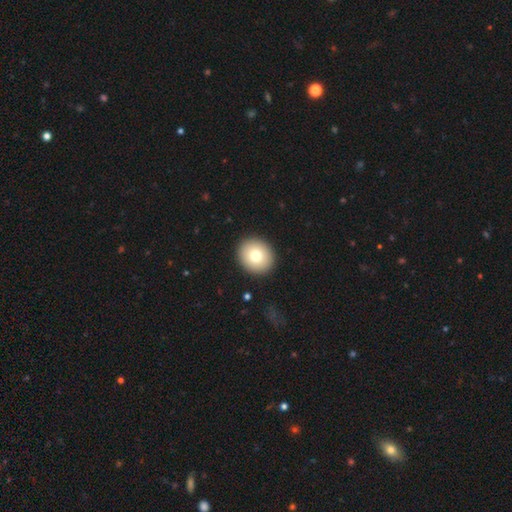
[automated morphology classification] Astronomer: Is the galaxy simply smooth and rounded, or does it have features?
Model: smooth — 76%.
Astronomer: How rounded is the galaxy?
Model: round — 80%.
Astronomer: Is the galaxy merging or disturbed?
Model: none — 92%.